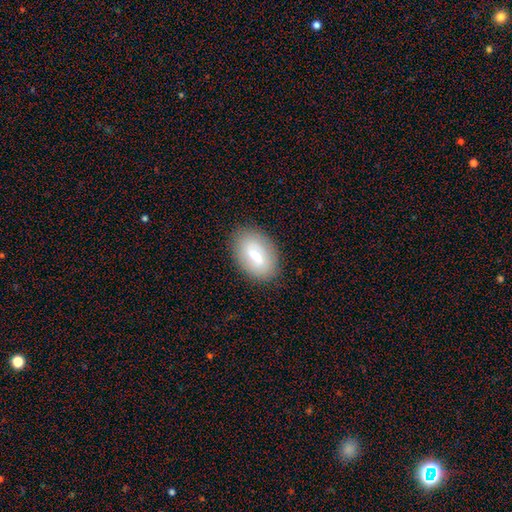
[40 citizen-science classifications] This appears to be a smooth galaxy with no disk features (50%) that is in between round and cigar-shaped (95%). Merging: none (83%).